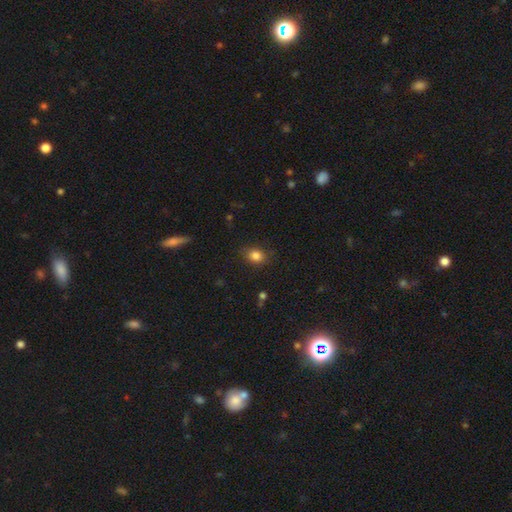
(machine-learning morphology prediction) This is clearly a smooth galaxy (84%). How rounded: possibly in between (54%). Merging: clearly none (82%).